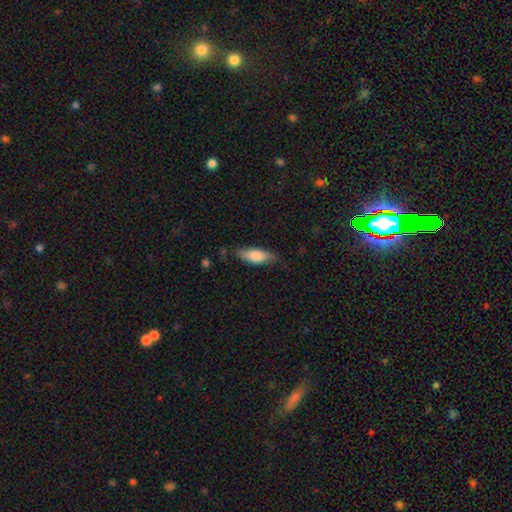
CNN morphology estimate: smooth_or_featured: smooth (p=0.77) [alt: featured or disk p=0.18]
how_rounded: in between (p=0.69) [alt: cigar-shaped p=0.29]
merging: none (p=0.71) [alt: minor disturbance p=0.22]